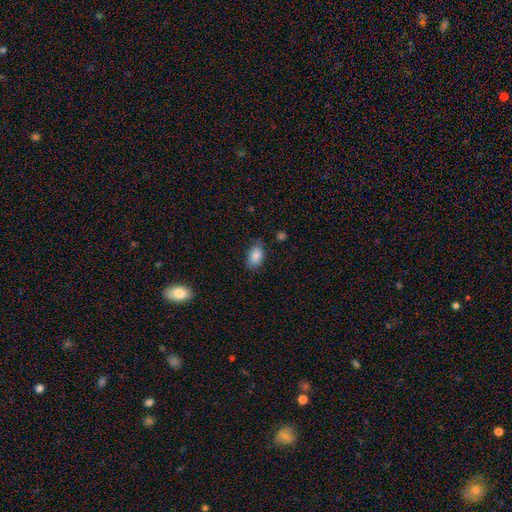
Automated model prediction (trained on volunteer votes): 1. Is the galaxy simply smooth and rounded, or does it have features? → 87% smooth, 7% star or artifact, 6% featured or disk.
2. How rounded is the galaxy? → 90% in between, 8% round, 2% cigar-shaped.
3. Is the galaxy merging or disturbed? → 73% none, 21% minor disturbance, 4% major disturbance, 2% merger.